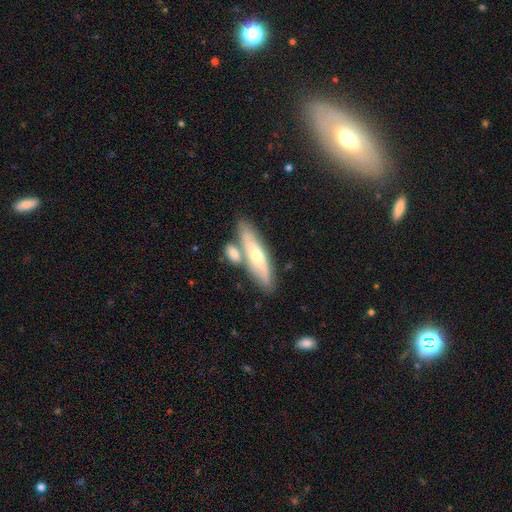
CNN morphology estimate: Smooth or featured? featured or disk (52%)
Edge-on disk? yes (59%)
Merging? none (57%)